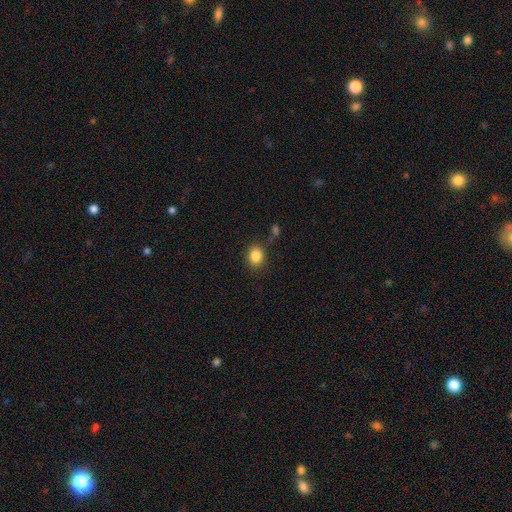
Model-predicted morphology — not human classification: Smooth or featured? smooth (85%)
How rounded? round (59%)
Merging? none (79%)